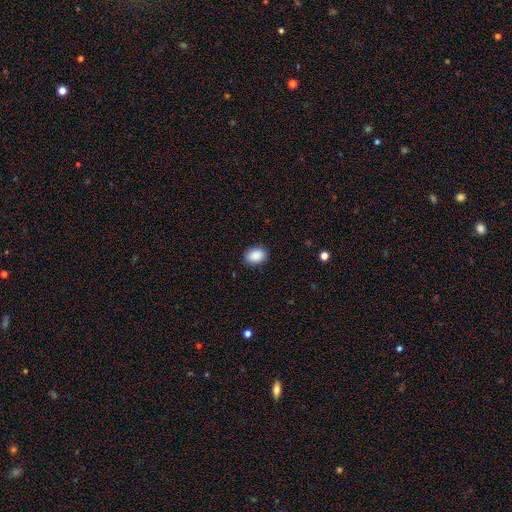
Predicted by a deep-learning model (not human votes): Smooth or featured?
  - smooth: 90% *
  - star or artifact: 7%
  - featured or disk: 3%
How rounded?
  - in between: 70% *
  - round: 29%
  - cigar-shaped: 1%
Merging?
  - none: 89% *
  - minor disturbance: 8%
  - major disturbance: 2%
  - merger: 1%